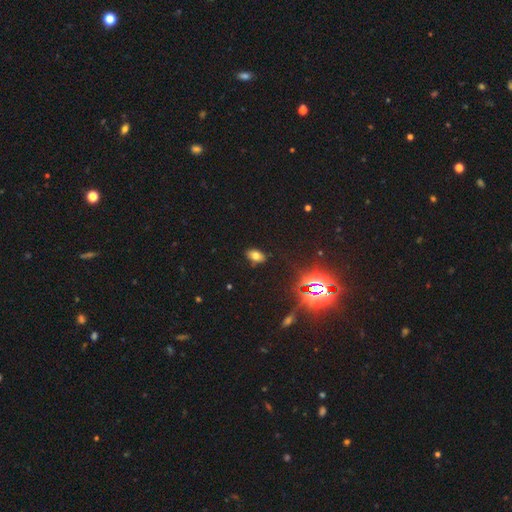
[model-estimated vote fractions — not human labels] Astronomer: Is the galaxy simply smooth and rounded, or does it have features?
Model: smooth — 68%.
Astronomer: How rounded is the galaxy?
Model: in between — 90%.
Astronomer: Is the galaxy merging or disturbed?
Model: none — 86%.